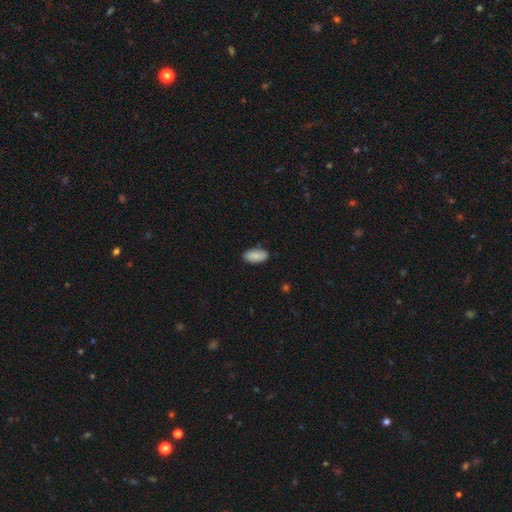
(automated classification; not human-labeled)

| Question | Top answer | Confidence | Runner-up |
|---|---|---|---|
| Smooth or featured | smooth | 87% | featured or disk (6%) |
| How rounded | in between | 93% | cigar-shaped (5%) |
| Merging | none | 85% | minor disturbance (12%) |